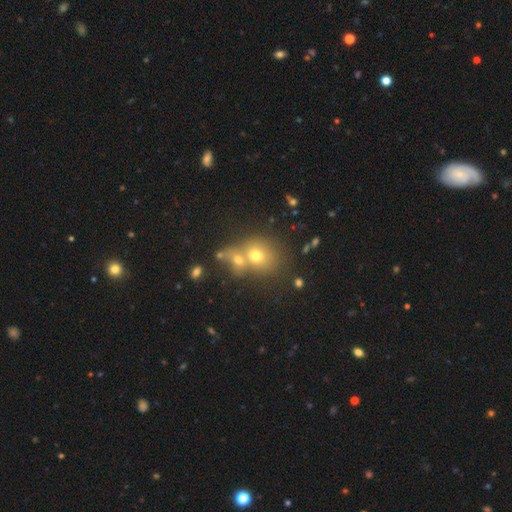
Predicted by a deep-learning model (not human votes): smooth_or_featured: smooth (p=0.66) [alt: featured or disk p=0.18]
how_rounded: round (p=0.70) [alt: in between p=0.29]
merging: merger (p=0.54) [alt: none p=0.34]